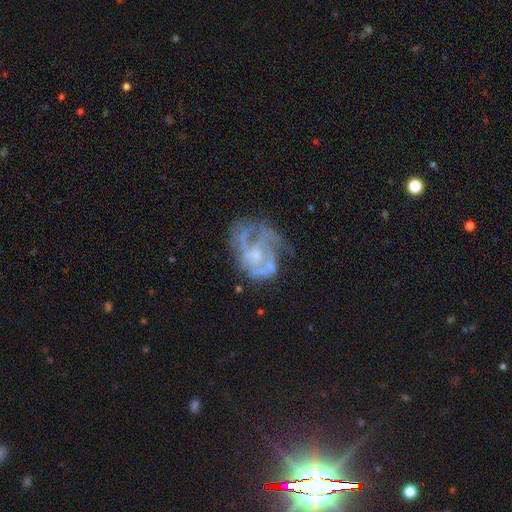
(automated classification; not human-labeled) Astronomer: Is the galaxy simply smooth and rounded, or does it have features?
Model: featured or disk — 79%.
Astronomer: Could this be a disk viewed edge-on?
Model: no — 98%.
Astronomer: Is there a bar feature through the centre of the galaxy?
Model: no — 67%.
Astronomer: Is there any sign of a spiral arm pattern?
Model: yes — 72%.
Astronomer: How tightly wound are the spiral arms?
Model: medium — 45% (runner-up: tight, 33%).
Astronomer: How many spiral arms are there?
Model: can't tell — 32% (runner-up: 2, 25%).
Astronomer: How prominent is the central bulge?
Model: small — 46% (runner-up: moderate, 30%).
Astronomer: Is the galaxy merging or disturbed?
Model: none — 46% (runner-up: major disturbance, 26%).